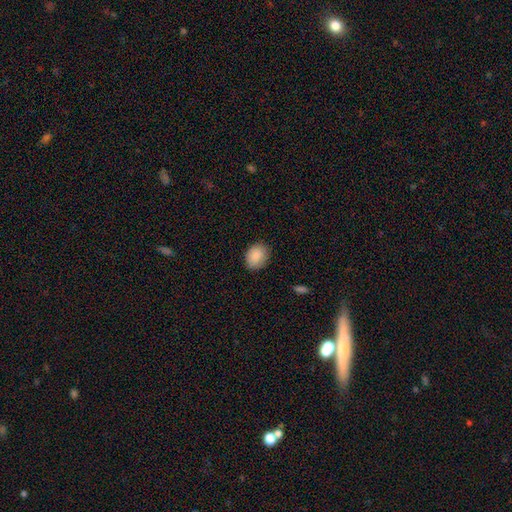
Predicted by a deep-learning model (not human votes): The model was most divided on "how rounded": in between: 56%, round: 43%, cigar-shaped: 1%. More confident: smooth or featured — smooth (88%); merging — none (83%).